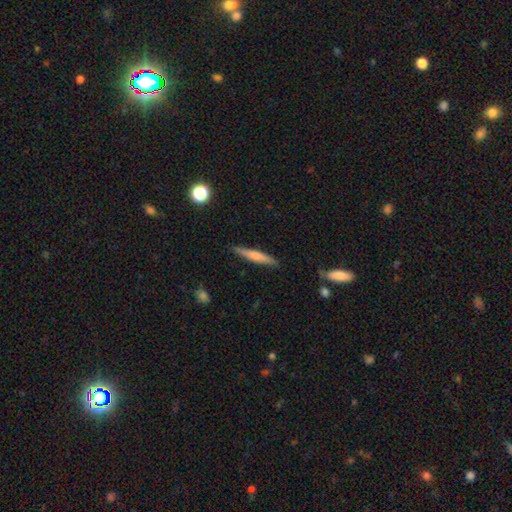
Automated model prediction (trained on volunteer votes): smooth-or-featured: smooth: 61% | featured or disk: 33% | star or artifact: 6%
  how-rounded: cigar-shaped: 93% | in between: 6% | round: 1%
  merging: none: 86% | minor disturbance: 11% | major disturbance: 2% | merger: 1%